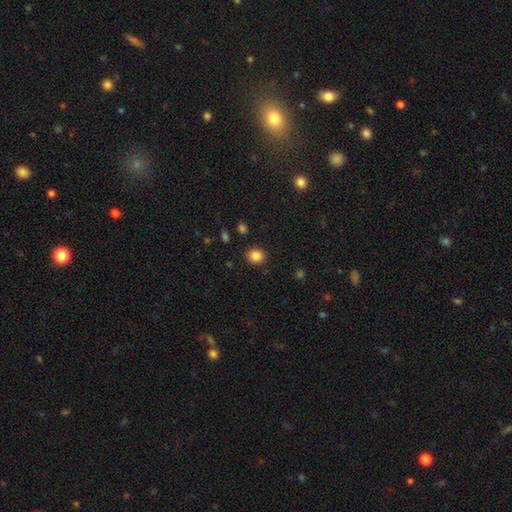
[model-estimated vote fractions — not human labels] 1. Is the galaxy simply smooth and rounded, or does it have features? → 85% smooth, 11% star or artifact, 5% featured or disk.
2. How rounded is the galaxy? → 75% round, 24% in between, 1% cigar-shaped.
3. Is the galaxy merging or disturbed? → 90% none, 7% minor disturbance, 2% major disturbance, 2% merger.